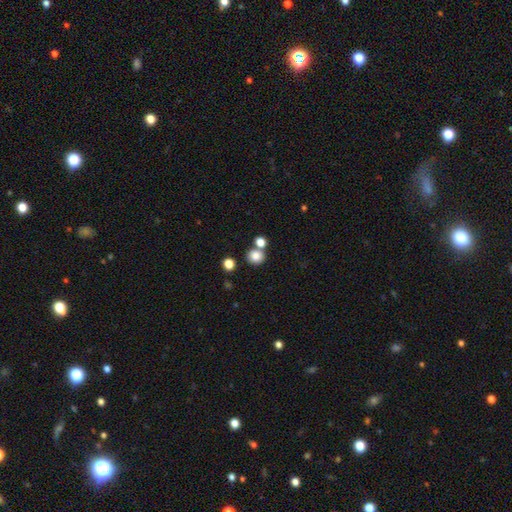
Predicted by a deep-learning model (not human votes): Smooth or featured: smooth — 82% (star or artifact — 12%)
How rounded: round — 85% (in between — 14%)
Merging: none — 64% (merger — 25%)